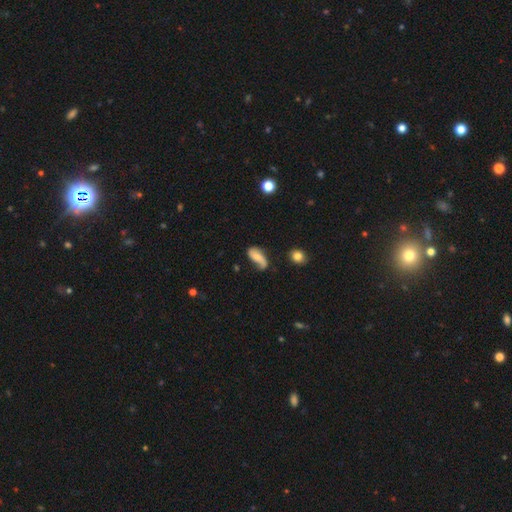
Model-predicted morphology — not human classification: Smooth or featured?
  - smooth: 48% *
  - featured or disk: 44%
  - star or artifact: 8%
Merging?
  - none: 46% *
  - minor disturbance: 32%
  - major disturbance: 18%
  - merger: 4%